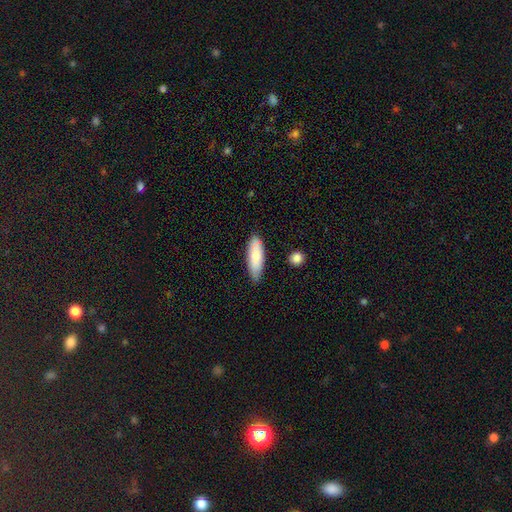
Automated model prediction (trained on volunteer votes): This is likely a smooth galaxy (78%). How rounded: possibly in between (58%). Merging: likely none (79%).